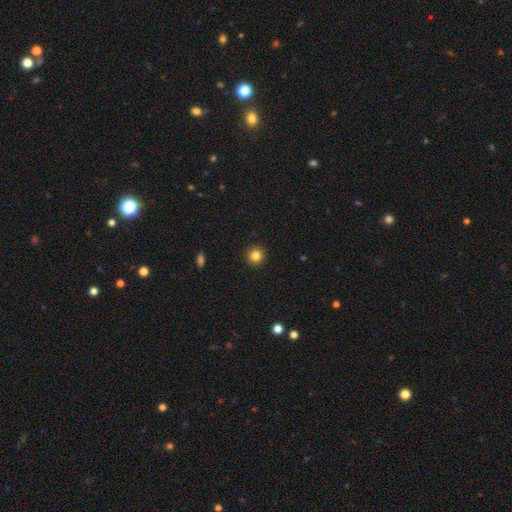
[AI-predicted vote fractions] smooth-or-featured: smooth: 84% | star or artifact: 11% | featured or disk: 5%
  how-rounded: round: 94% | in between: 5% | cigar-shaped: 1%
  merging: none: 93% | minor disturbance: 5% | major disturbance: 2% | merger: 1%